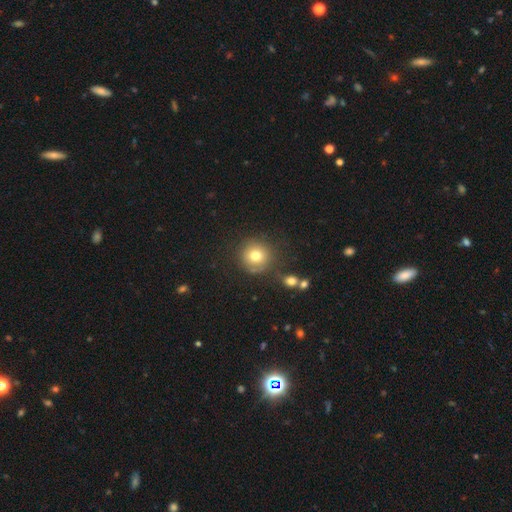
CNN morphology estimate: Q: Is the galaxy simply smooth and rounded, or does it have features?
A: smooth — 76%.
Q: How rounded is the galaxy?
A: round — 93%.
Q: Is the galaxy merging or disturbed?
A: none — 76%.